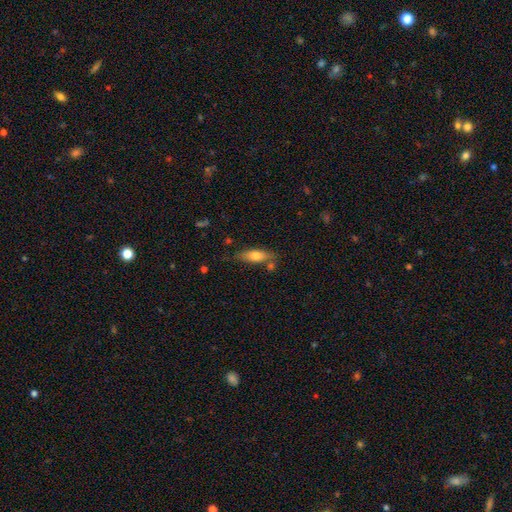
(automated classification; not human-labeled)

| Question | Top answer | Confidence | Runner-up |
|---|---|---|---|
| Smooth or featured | smooth | 71% | featured or disk (23%) |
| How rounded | in between | 61% | cigar-shaped (36%) |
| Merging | none | 68% | minor disturbance (19%) |